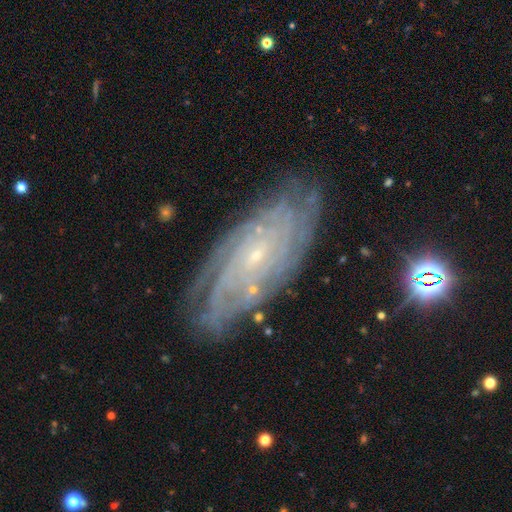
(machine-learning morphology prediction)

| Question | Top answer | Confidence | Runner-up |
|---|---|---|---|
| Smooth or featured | featured or disk | 84% | smooth (8%) |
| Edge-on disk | no | 92% | yes (8%) |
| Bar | no | 71% | weak (23%) |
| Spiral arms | yes | 96% | no (4%) |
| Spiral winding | tight | 77% | medium (19%) |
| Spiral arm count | can't tell | 37% | more than 4 (19%) |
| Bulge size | small | 86% | moderate (9%) |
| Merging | none | 81% | minor disturbance (14%) |